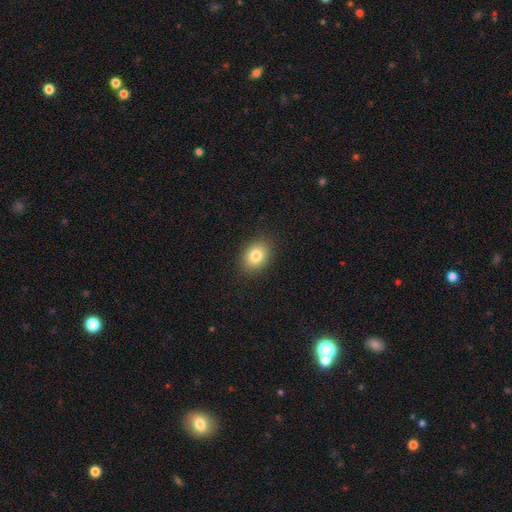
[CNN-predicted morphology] Smooth or featured: smooth — 82% (star or artifact — 9%)
How rounded: in between — 71% (round — 28%)
Merging: none — 88% (minor disturbance — 9%)